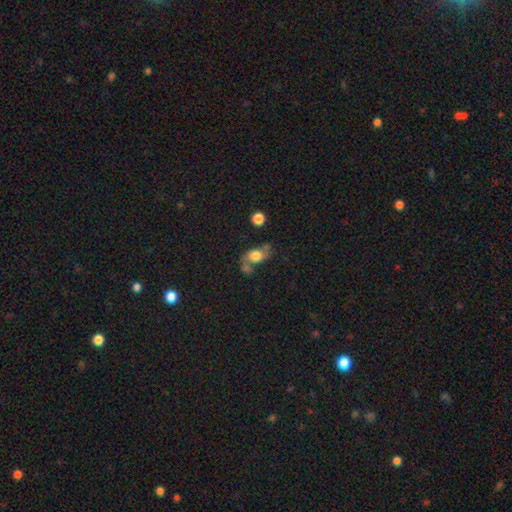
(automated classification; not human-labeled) A smooth galaxy with no disk features (58%) that is in between round and cigar-shaped (71%).

Vote fractions:
- Smooth or featured? smooth: 58% / featured or disk: 31% / star or artifact: 11%
- How rounded? in between: 71% / round: 26% / cigar-shaped: 3%
- Merging? none: 42% / merger: 22% / minor disturbance: 21% / major disturbance: 15%